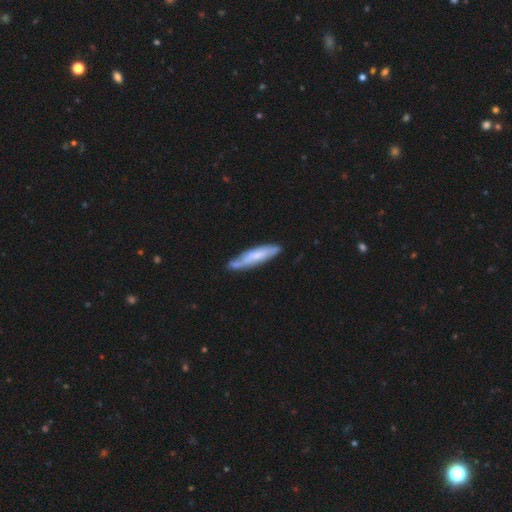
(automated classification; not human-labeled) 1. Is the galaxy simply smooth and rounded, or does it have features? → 48% smooth, 46% featured or disk, 6% star or artifact.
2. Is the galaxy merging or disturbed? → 63% none, 24% minor disturbance, 6% merger, 6% major disturbance.